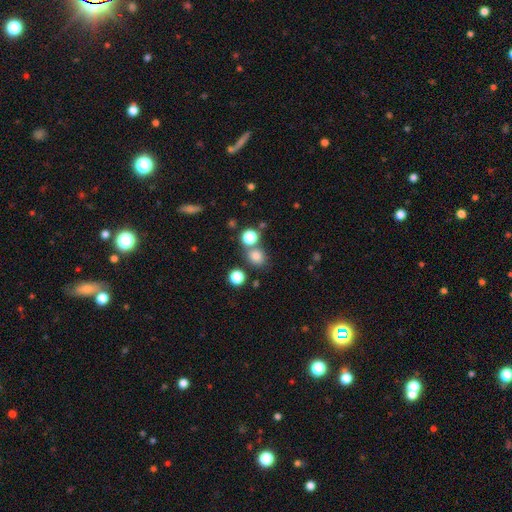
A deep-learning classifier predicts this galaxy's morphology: This is likely a smooth galaxy (78%). How rounded: likely round (70%). Merging: likely none (68%).